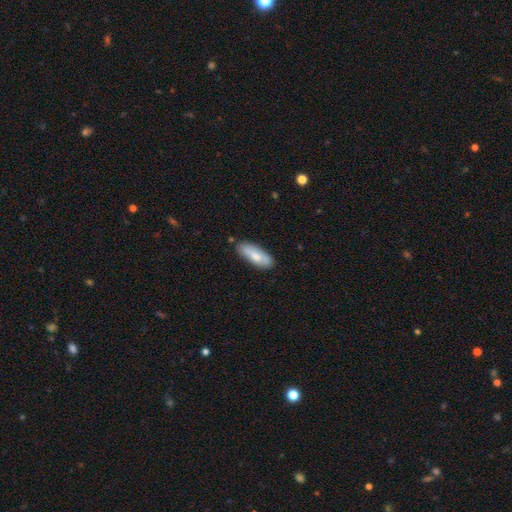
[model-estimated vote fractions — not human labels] Smooth or featured? Predicted: smooth (p=0.74). How rounded? Predicted: in between (p=0.67). Merging? Predicted: none (p=0.79).